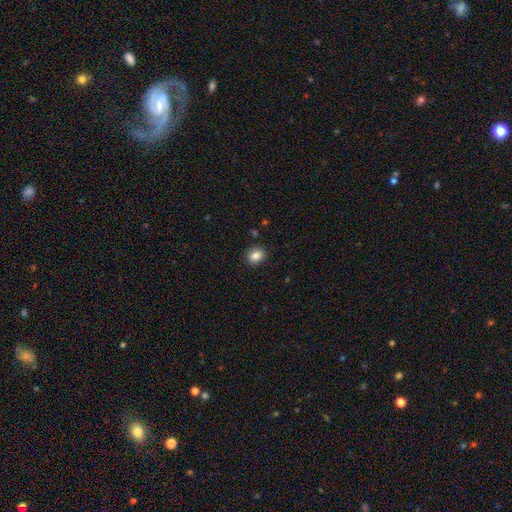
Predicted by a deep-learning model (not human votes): Smooth or featured?
  - smooth: 85% *
  - star or artifact: 10%
  - featured or disk: 6%
How rounded?
  - round: 58% *
  - in between: 41%
  - cigar-shaped: 1%
Merging?
  - none: 89% *
  - minor disturbance: 8%
  - major disturbance: 2%
  - merger: 1%